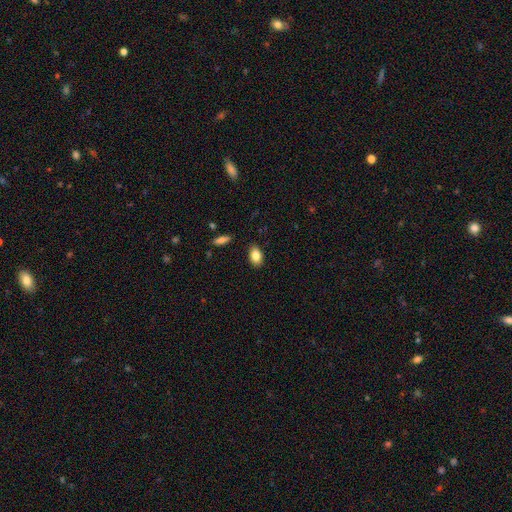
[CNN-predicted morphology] Smooth or featured? smooth (85%)
How rounded? in between (88%)
Merging? none (87%)